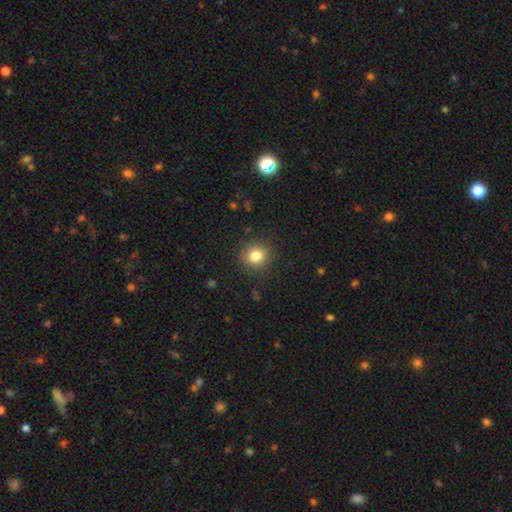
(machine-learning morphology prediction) Overall: smooth (81%). How rounded: round (89%). Merging: none (88%).